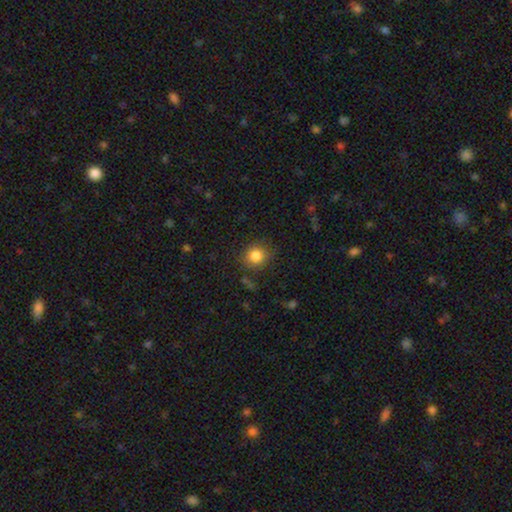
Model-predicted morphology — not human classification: The model was most divided on "how rounded": round: 84%, in between: 15%, cigar-shaped: 1%. More confident: merging — none (84%); smooth or featured — smooth (84%).